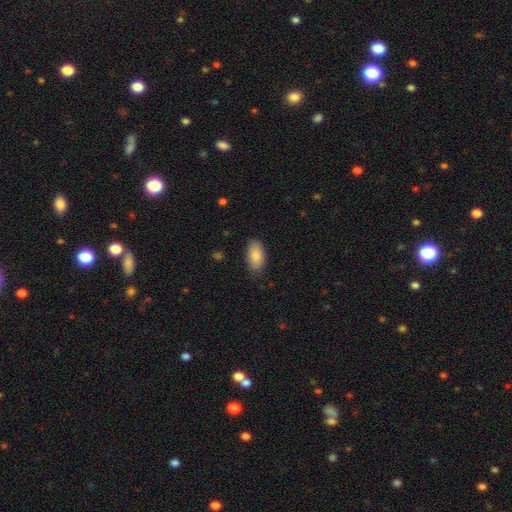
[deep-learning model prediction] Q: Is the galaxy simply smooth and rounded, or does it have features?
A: smooth — 86%.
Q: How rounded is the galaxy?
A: in between — 93%.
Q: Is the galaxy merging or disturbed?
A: none — 83%.